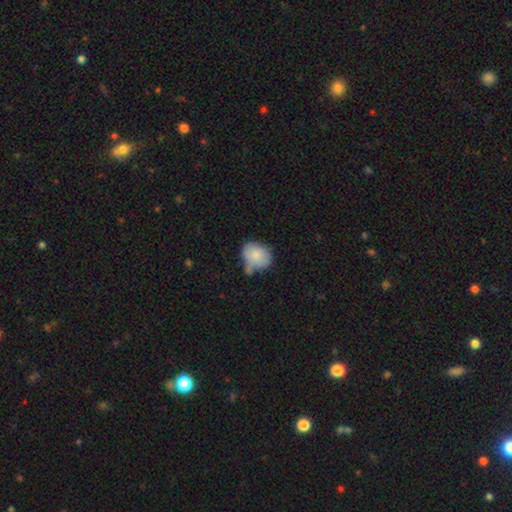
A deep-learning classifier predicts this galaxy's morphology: Smooth or featured?
  - smooth: 79% *
  - featured or disk: 14%
  - star or artifact: 7%
How rounded?
  - round: 54% *
  - in between: 45%
  - cigar-shaped: 1%
Merging?
  - none: 37% *
  - minor disturbance: 32%
  - merger: 19%
  - major disturbance: 12%